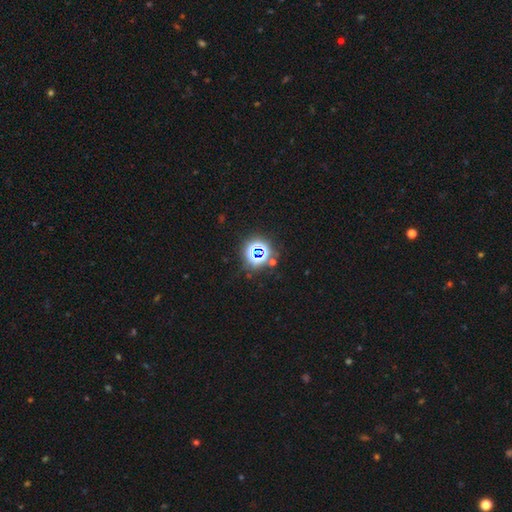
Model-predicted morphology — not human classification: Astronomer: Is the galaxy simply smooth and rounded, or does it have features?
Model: star or artifact — 71%.